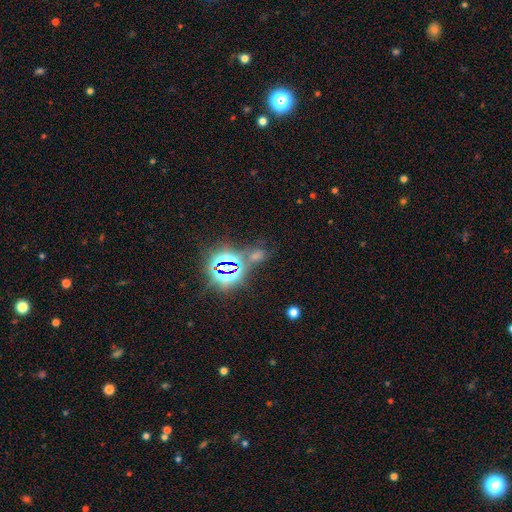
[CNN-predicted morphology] Smooth or featured? star or artifact (72%)